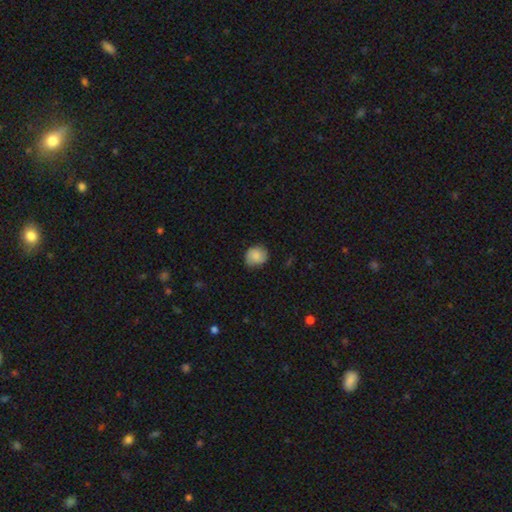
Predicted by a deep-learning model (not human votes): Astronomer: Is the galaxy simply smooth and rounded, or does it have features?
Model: smooth — 79%.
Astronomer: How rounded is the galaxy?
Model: round — 77%.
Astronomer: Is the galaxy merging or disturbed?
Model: none — 75%.